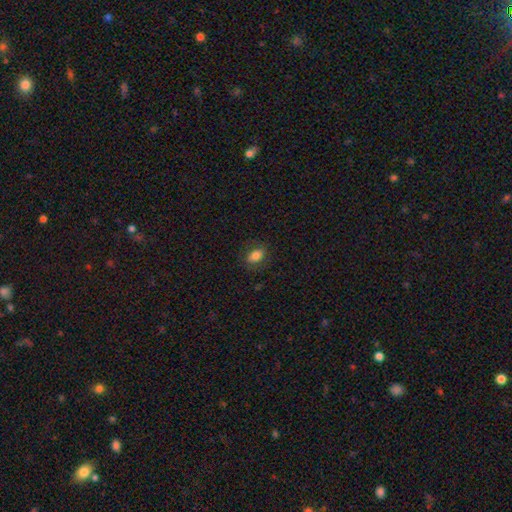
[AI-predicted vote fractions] Smooth or featured? Predicted: smooth (p=0.79). How rounded? Predicted: in between (p=0.84). Merging? Predicted: none (p=0.80).